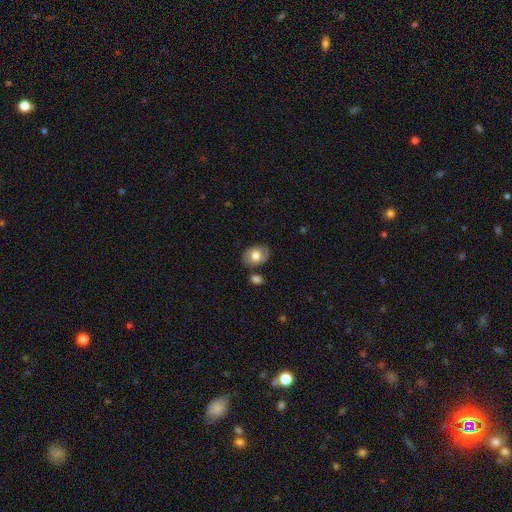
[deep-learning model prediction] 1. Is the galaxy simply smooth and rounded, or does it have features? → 63% smooth, 30% featured or disk, 7% star or artifact.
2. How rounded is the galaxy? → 71% in between, 28% round, 1% cigar-shaped.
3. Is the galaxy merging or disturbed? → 75% none, 14% minor disturbance, 7% merger, 4% major disturbance.